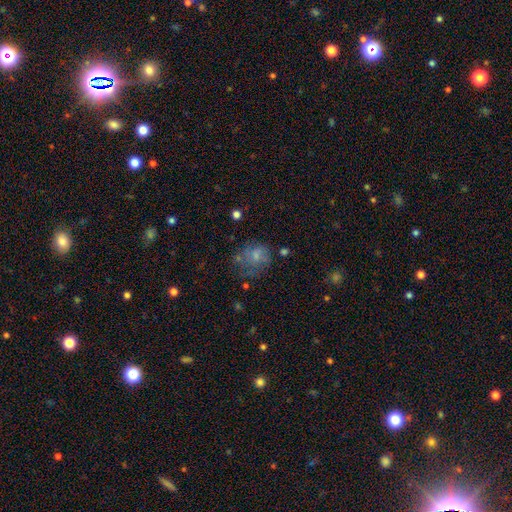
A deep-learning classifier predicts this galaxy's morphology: The model was most divided on "merging": none: 43%, major disturbance: 26%, minor disturbance: 25%, merger: 6%. More confident: how rounded — round (60%); smooth or featured — smooth (60%).